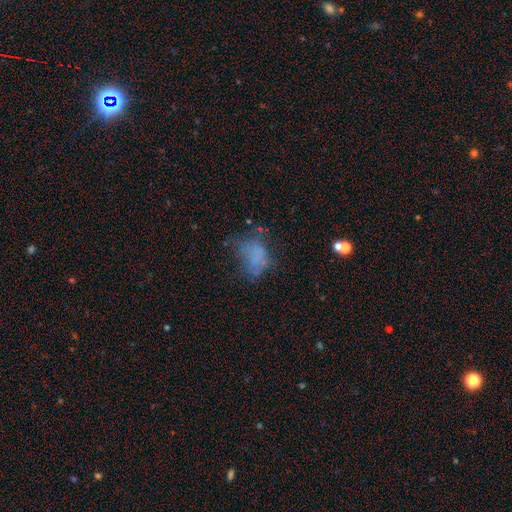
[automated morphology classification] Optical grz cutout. It shows a smooth galaxy with no disk features (52%) that is in between round and cigar-shaped (75%). Merging: none (35%, tied with major disturbance).